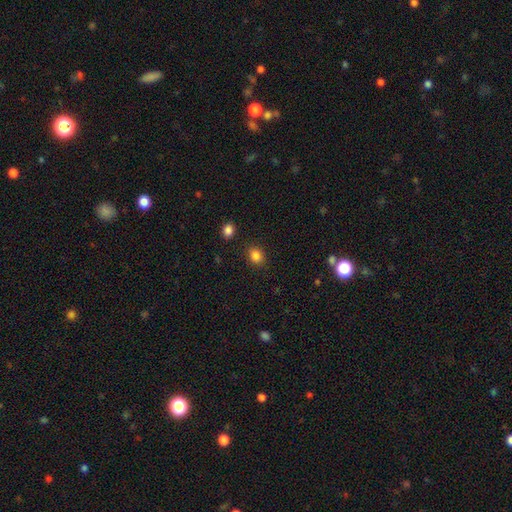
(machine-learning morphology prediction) Smooth or featured: smooth — 84% (star or artifact — 11%)
How rounded: round — 57% (in between — 42%)
Merging: none — 87% (minor disturbance — 8%)